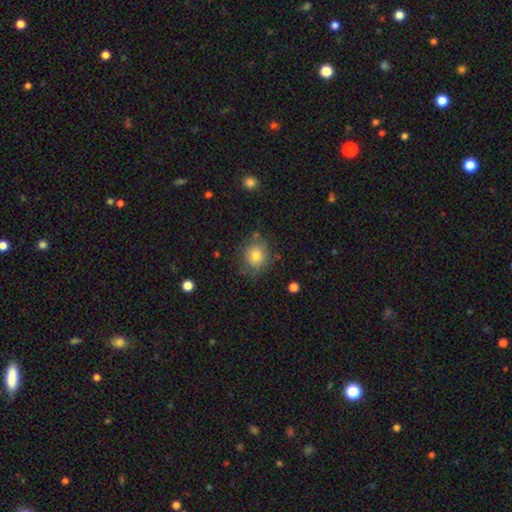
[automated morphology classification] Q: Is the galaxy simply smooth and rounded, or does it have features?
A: smooth — 78%.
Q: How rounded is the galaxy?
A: round — 73%.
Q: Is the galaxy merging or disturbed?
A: none — 74%.